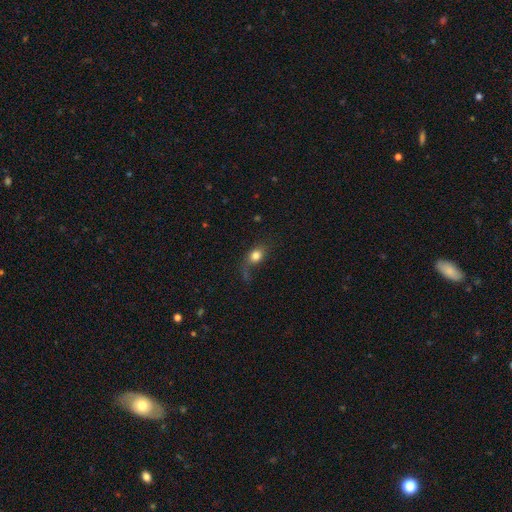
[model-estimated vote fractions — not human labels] smooth_or_featured: smooth (p=0.79) [alt: featured or disk p=0.11]
how_rounded: in between (p=0.54) [alt: round p=0.42]
merging: none (p=0.50) [alt: minor disturbance p=0.24]